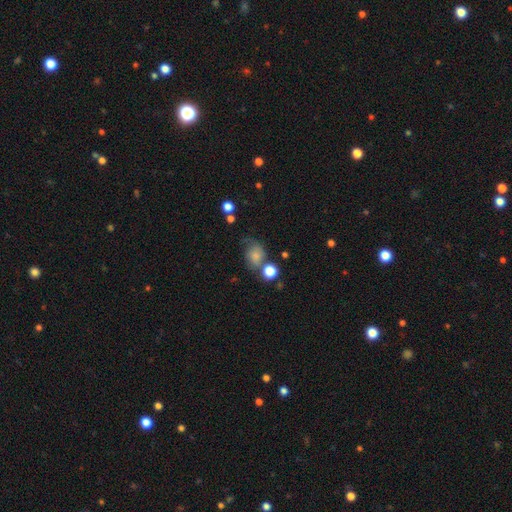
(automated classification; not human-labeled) Smooth or featured? Predicted: smooth (p=0.64). How rounded? Predicted: round (p=0.55). Merging? Predicted: none (p=0.40).